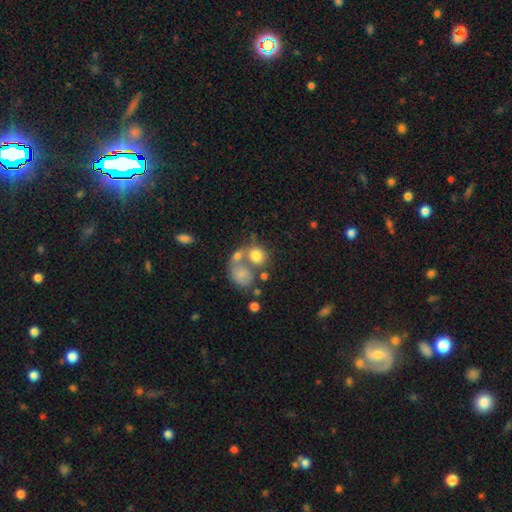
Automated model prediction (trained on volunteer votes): Smooth or featured? Predicted: smooth (p=0.74). How rounded? Predicted: round (p=0.69). Merging? Predicted: merger (p=0.47).